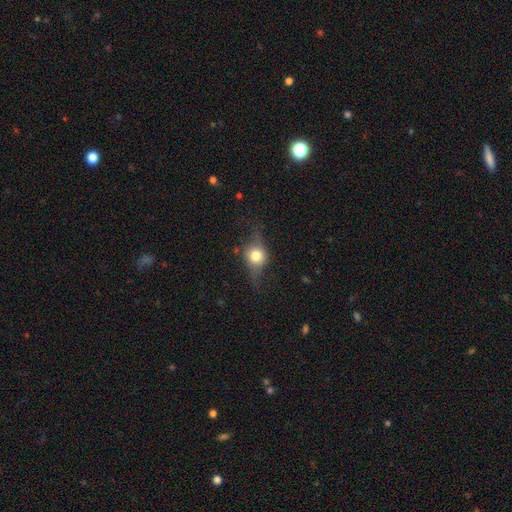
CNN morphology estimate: Smooth or featured?
  - smooth: 51% *
  - featured or disk: 39%
  - star or artifact: 10%
How rounded?
  - round: 70% *
  - in between: 27%
  - cigar-shaped: 4%
Merging?
  - none: 60% *
  - minor disturbance: 23%
  - major disturbance: 15%
  - merger: 2%